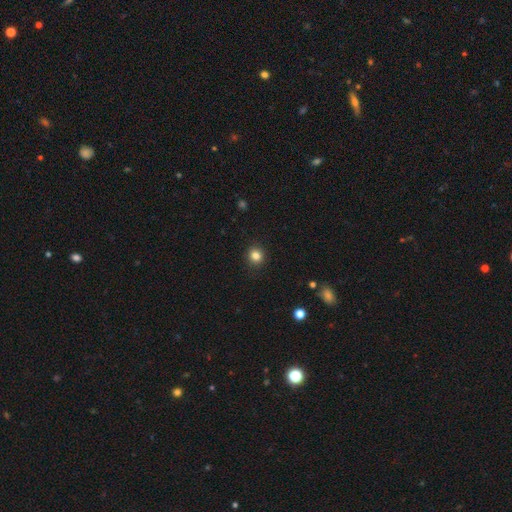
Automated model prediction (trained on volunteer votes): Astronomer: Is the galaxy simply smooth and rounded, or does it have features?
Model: smooth — 83%.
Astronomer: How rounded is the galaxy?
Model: round — 88%.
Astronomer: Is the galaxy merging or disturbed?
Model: none — 91%.